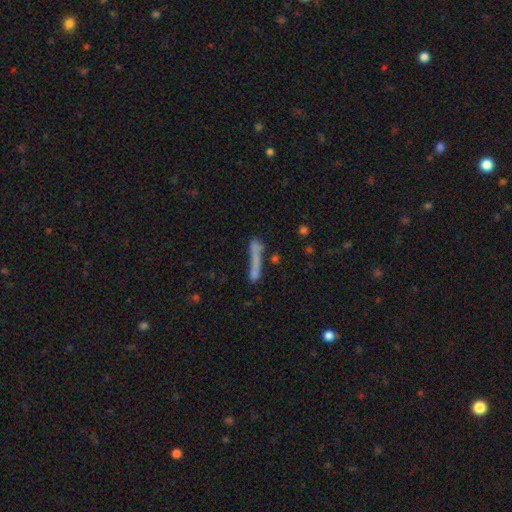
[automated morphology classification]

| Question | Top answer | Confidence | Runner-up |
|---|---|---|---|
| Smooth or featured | smooth | 62% | featured or disk (25%) |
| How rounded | cigar-shaped | 89% | in between (8%) |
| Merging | none | 48% | merger (23%) |